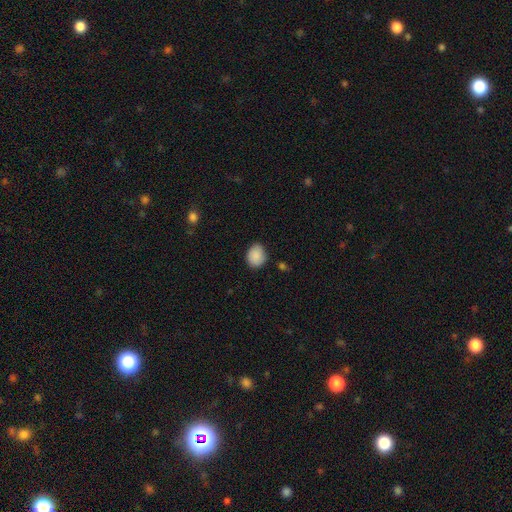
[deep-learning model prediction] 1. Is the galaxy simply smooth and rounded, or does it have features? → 89% smooth, 8% star or artifact, 4% featured or disk.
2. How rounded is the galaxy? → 55% round, 44% in between, 1% cigar-shaped.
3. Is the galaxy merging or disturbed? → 78% none, 17% minor disturbance, 3% major disturbance, 2% merger.